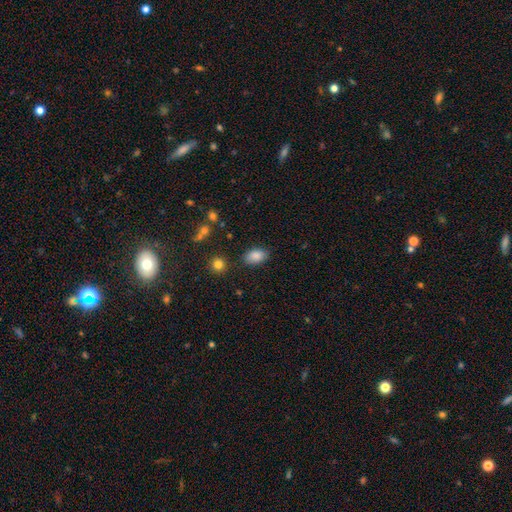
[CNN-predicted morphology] Overall: smooth (85%). How rounded: in between (90%). Merging: none (82%).